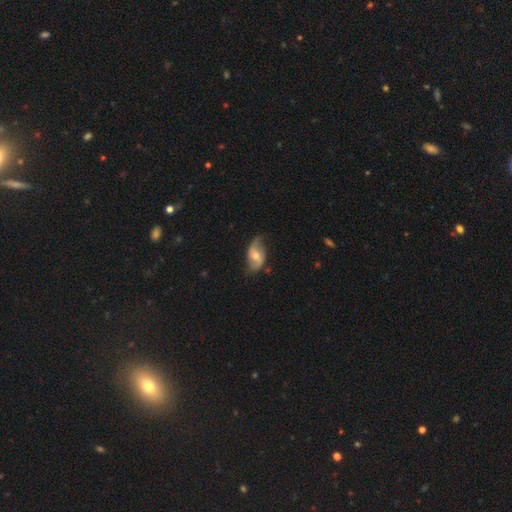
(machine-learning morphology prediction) A featured or disk galaxy (60%) with no bar (53%), spiral arms (84%) and a moderate central bulge (64%).

Vote fractions:
- Smooth or featured? featured or disk: 60% / smooth: 33% / star or artifact: 6%
- Edge-on disk? no: 94% / yes: 6%
- Bar? no: 53% / weak: 37% / strong: 10%
- Spiral arms? yes: 84% / no: 16%
- Bulge size? moderate: 64% / small: 28% / large: 5% / none: 2% / dominant: 1%
- Merging? none: 66% / minor disturbance: 26% / major disturbance: 7% / merger: 2%